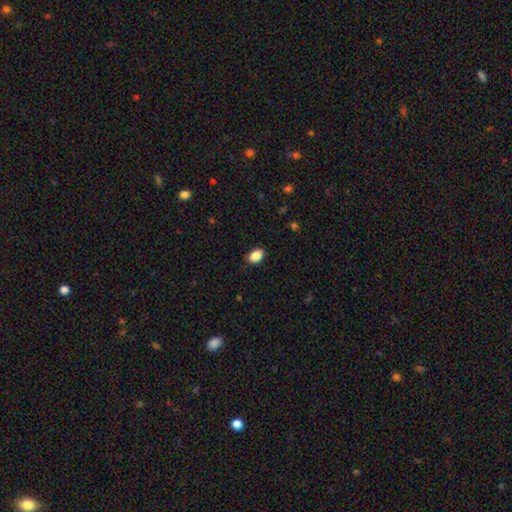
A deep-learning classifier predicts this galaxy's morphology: A smooth galaxy with no disk features (87%) that is in between round and cigar-shaped (87%). Merging: none (84%).